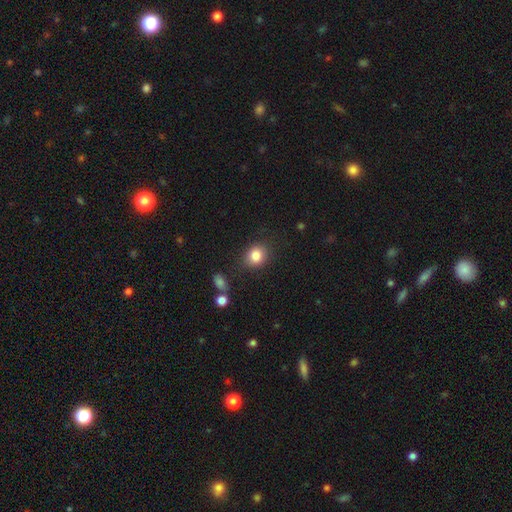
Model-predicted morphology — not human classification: smooth 84%, star or artifact 10%, featured or disk 7%. Down the decision tree: how rounded — round (64%); merging — none (82%).